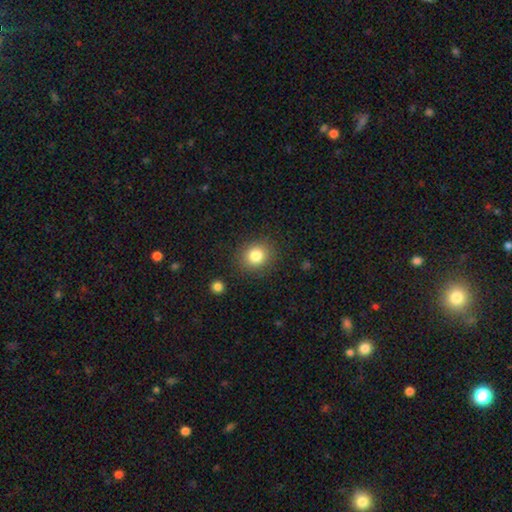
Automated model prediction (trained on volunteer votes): Morphology: type=smooth (82%); roundness=round (80%); merging=none (87%).